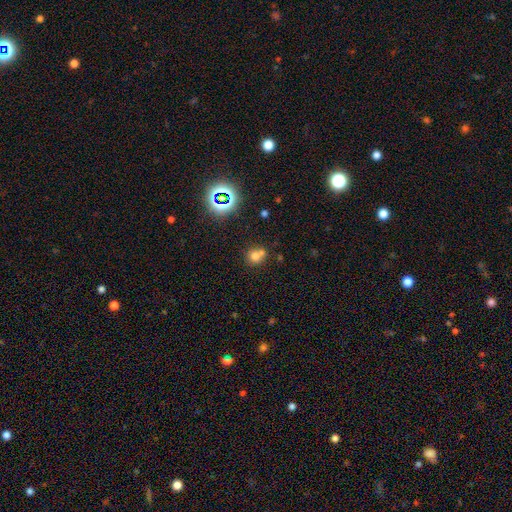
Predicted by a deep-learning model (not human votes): A smooth galaxy with no disk features (70%) that is round (82%). Merging: none (47%).